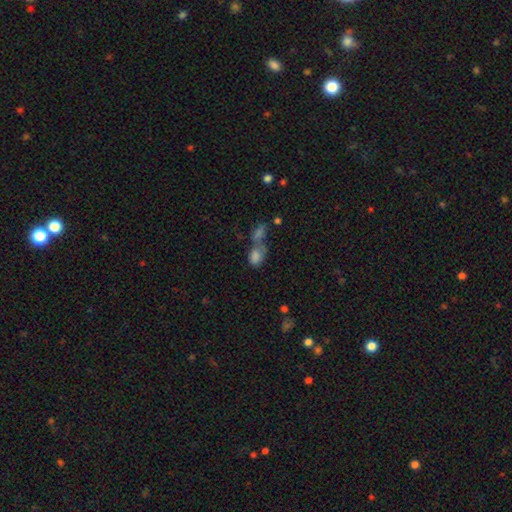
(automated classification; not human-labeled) This is likely a smooth galaxy (77%). How rounded: clearly in between (80%). Merging: likely merger (64%).